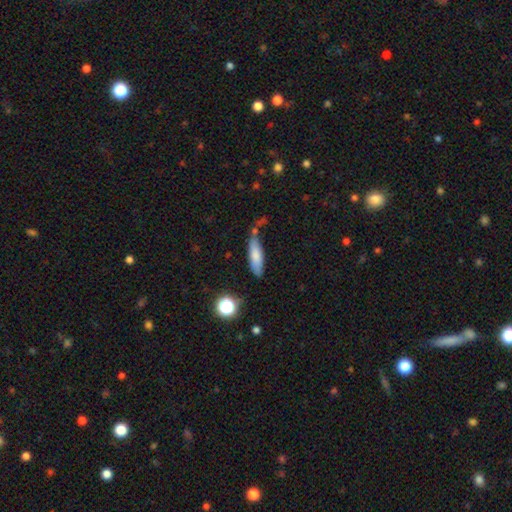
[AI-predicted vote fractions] Smooth or featured?
  - smooth: 77% *
  - featured or disk: 15%
  - star or artifact: 8%
How rounded?
  - cigar-shaped: 52% *
  - in between: 45%
  - round: 2%
Merging?
  - none: 62% *
  - minor disturbance: 23%
  - merger: 8%
  - major disturbance: 6%